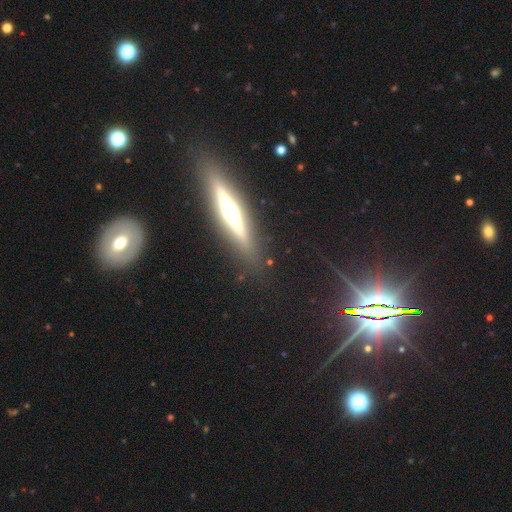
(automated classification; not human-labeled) smooth-or-featured: featured or disk: 60% | smooth: 26% | star or artifact: 14%
  disk-edge-on: yes: 93% | no: 7%
    edge-on-bulge: rounded: 62% | none: 21% | boxy: 17%
  merging: none: 86% | minor disturbance: 10% | major disturbance: 3% | merger: 2%